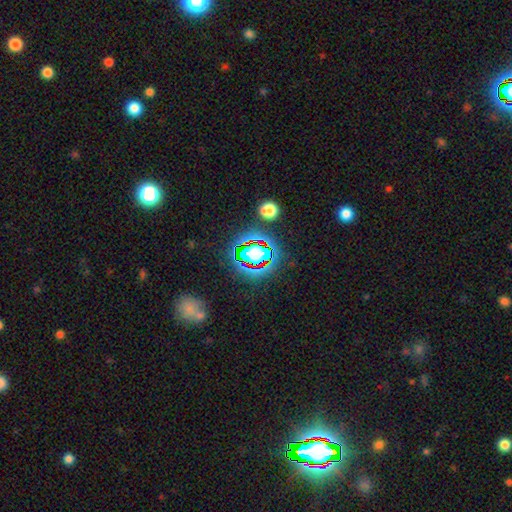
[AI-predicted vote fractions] This appears to be a star or artifact, not a galaxy (75%).